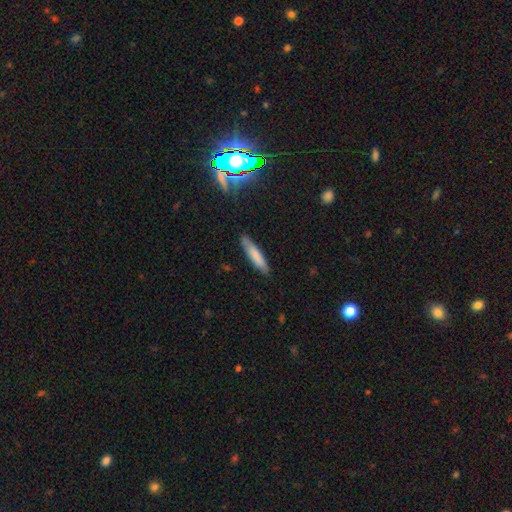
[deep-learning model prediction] Smooth or featured?
  - smooth: 76% *
  - featured or disk: 17%
  - star or artifact: 7%
How rounded?
  - cigar-shaped: 86% *
  - in between: 13%
  - round: 1%
Merging?
  - none: 85% *
  - minor disturbance: 11%
  - major disturbance: 2%
  - merger: 1%